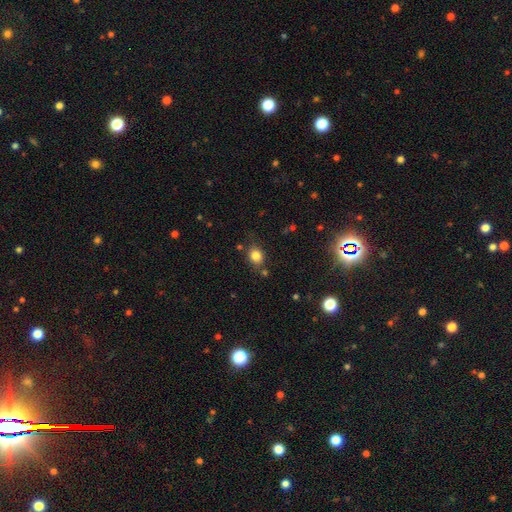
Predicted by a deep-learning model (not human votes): Smooth or featured: smooth — 82% (star or artifact — 11%)
How rounded: round — 57% (in between — 42%)
Merging: none — 77% (minor disturbance — 13%)